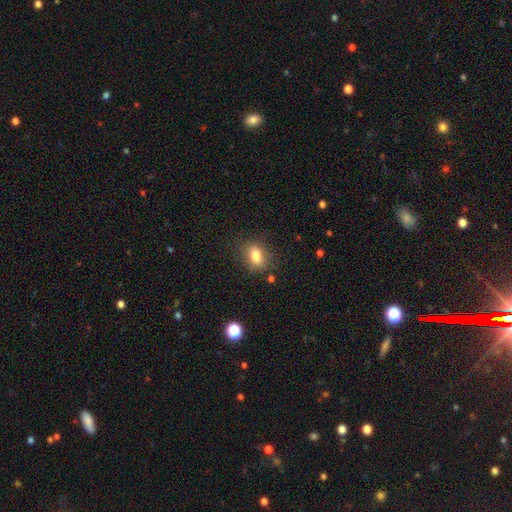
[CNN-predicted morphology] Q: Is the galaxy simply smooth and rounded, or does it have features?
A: smooth — 79%.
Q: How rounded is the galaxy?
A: in between — 75%.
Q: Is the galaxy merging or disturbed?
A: none — 80%.